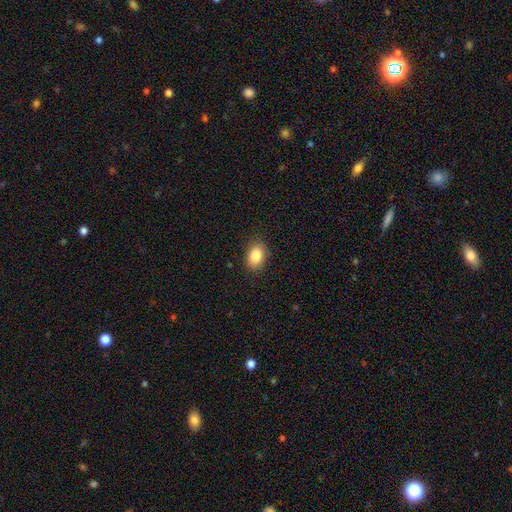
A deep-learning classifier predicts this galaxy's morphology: Smooth or featured: smooth — 87% (star or artifact — 8%)
How rounded: in between — 78% (round — 21%)
Merging: none — 87% (minor disturbance — 10%)